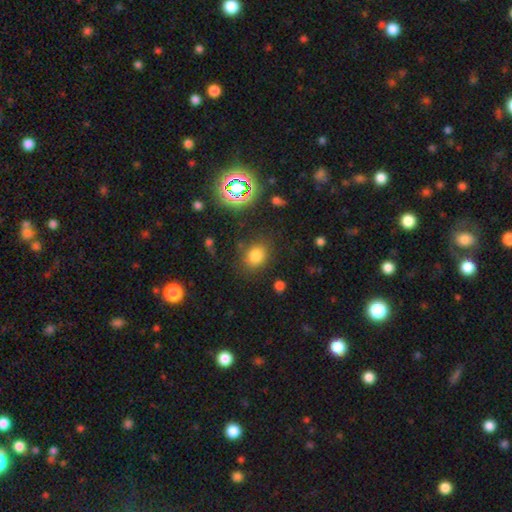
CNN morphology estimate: This appears to be a smooth galaxy with no disk features (76%) that is round (62%). Merging: none (79%).